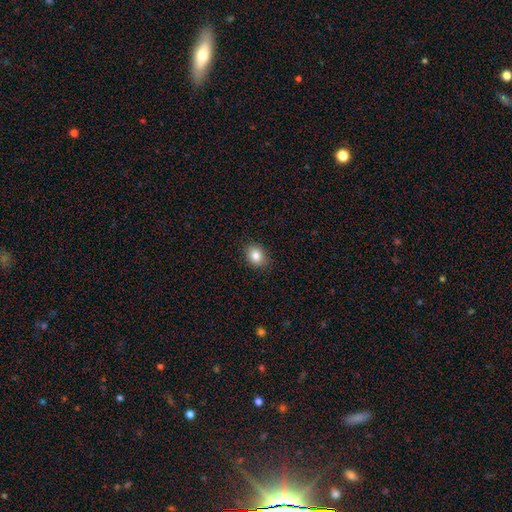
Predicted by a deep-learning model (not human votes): A smooth galaxy with no disk features (84%) that is in between round and cigar-shaped (54%). Merging: none (87%).